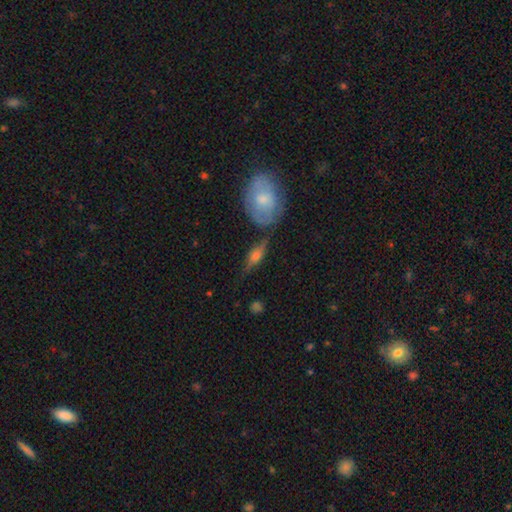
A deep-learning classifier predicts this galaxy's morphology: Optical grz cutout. It shows a featured or disk galaxy (58%) viewed edge-on (87%) with a rounded central bulge (89%). Merging: none (70%).